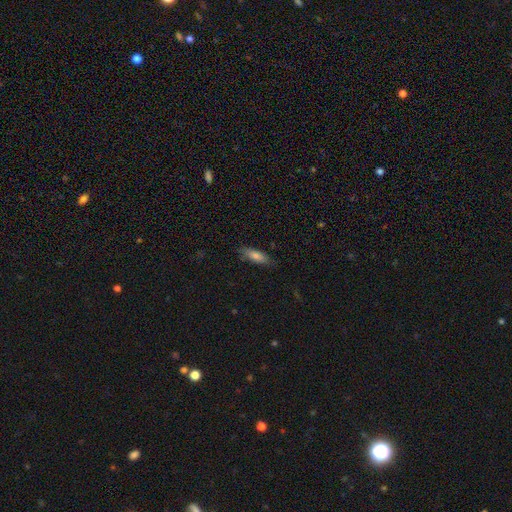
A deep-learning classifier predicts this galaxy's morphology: Overall: smooth (69%). How rounded: cigar-shaped (60%; in between 38%). Merging: none (85%).